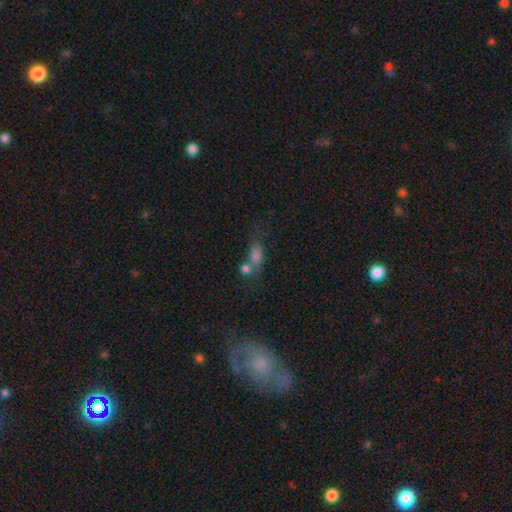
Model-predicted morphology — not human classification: Overall: smooth (68%). How rounded: in between (61%). Merging: none (40%; merger 33%).